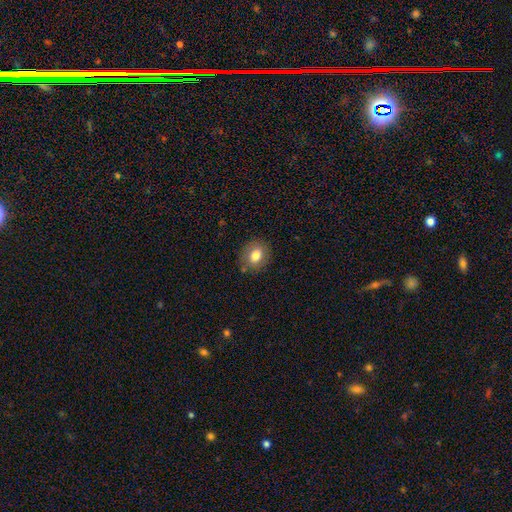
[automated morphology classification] Smooth or featured? smooth (79%)
How rounded? round (63%)
Merging? none (84%)